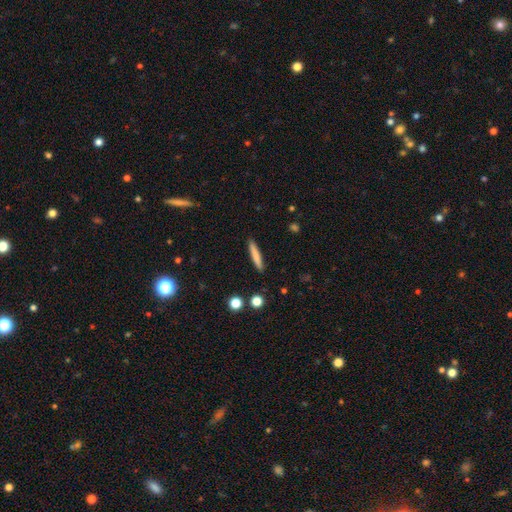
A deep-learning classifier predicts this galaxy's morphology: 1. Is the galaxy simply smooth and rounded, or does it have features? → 78% smooth, 15% featured or disk, 7% star or artifact.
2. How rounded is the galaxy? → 93% cigar-shaped, 5% in between, 1% round.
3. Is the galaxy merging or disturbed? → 91% none, 6% minor disturbance, 2% major disturbance, 1% merger.